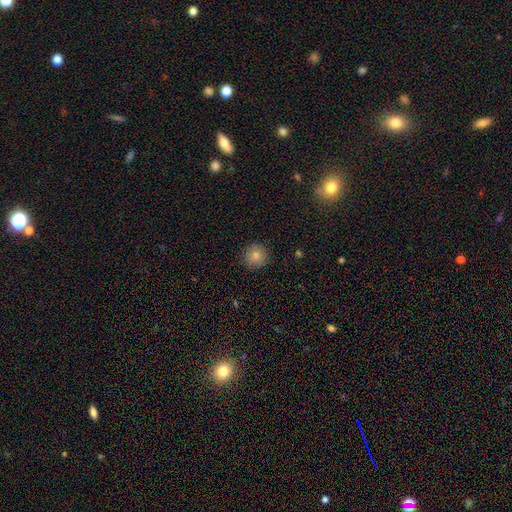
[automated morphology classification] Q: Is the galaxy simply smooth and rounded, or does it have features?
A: smooth — 83%.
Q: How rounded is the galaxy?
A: round — 93%.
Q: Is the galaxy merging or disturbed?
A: none — 88%.